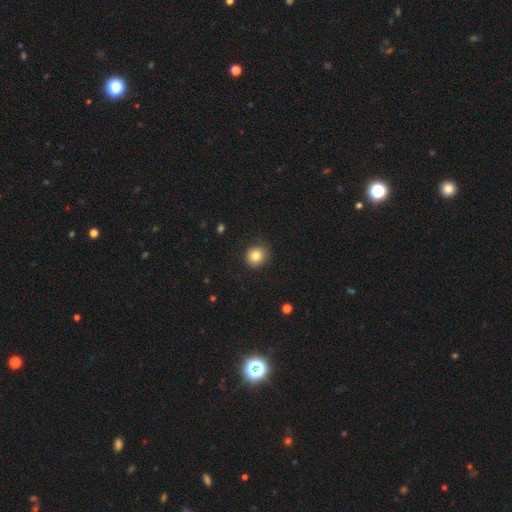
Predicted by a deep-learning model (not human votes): smooth-or-featured: smooth: 81% | star or artifact: 10% | featured or disk: 8%
  how-rounded: round: 87% | in between: 12% | cigar-shaped: 1%
  merging: none: 85% | minor disturbance: 11% | major disturbance: 3% | merger: 1%